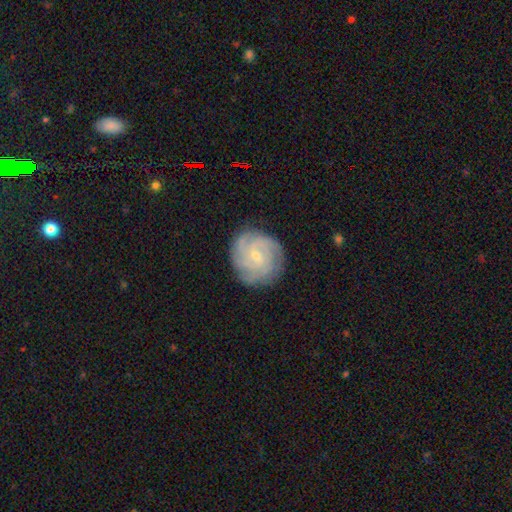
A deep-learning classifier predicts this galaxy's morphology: Smooth or featured: featured or disk — 82% (smooth — 11%)
Edge-on disk: no — 98% (yes — 2%)
Bar: no — 58% (weak — 36%)
Spiral arms: yes — 97% (no — 3%)
Spiral winding: tight — 69% (medium — 26%)
Spiral arm count: 4 — 29% (3 — 24%)
Bulge size: small — 72% (moderate — 24%)
Merging: none — 83% (minor disturbance — 13%)